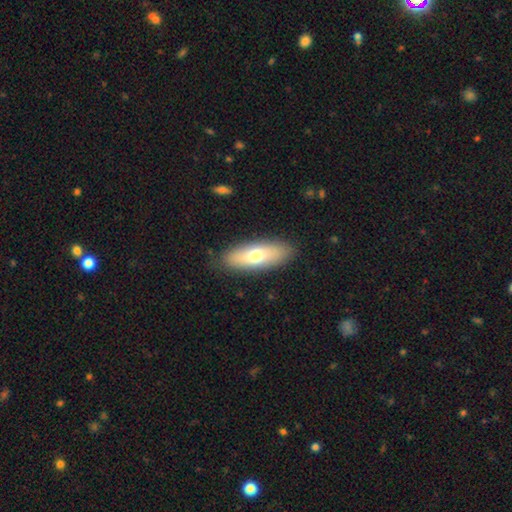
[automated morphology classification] smooth_or_featured: smooth (p=0.67) [alt: featured or disk p=0.26]
how_rounded: in between (p=0.64) [alt: cigar-shaped p=0.34]
merging: none (p=0.87) [alt: minor disturbance p=0.09]